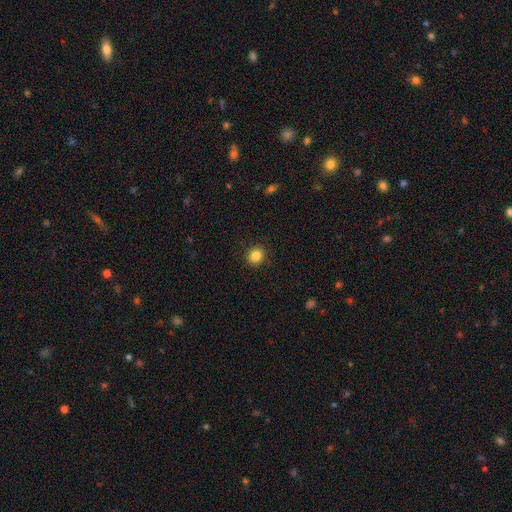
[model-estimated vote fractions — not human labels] smooth_or_featured: smooth (p=0.85) [alt: star or artifact p=0.11]
how_rounded: round (p=0.85) [alt: in between p=0.14]
merging: none (p=0.91) [alt: minor disturbance p=0.06]